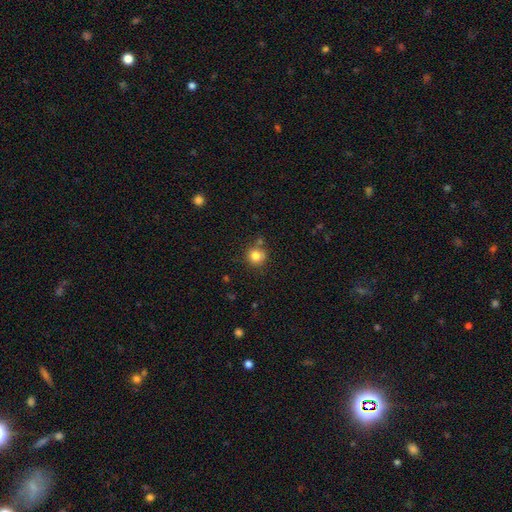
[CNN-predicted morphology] smooth-or-featured: smooth: 81% | star or artifact: 12% | featured or disk: 7%
  how-rounded: round: 91% | in between: 8% | cigar-shaped: 1%
  merging: none: 72% | minor disturbance: 13% | merger: 10% | major disturbance: 4%